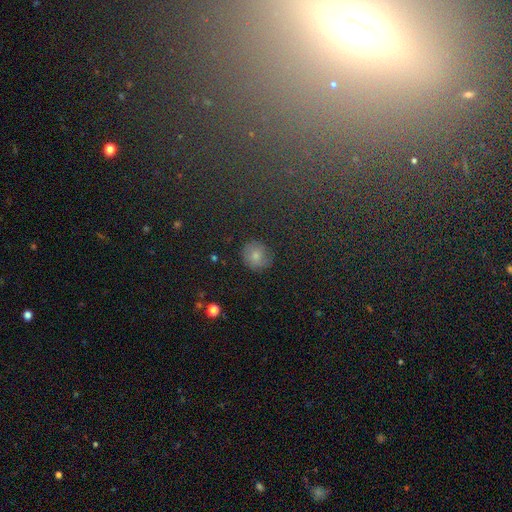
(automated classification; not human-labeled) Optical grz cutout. It shows a smooth galaxy with no disk features (68%) that is round (82%). Merging: none (78%).